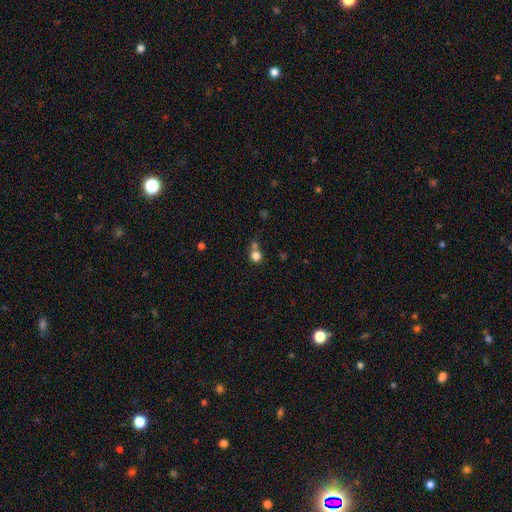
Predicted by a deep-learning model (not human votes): Smooth or featured? smooth (80%)
How rounded? round (84%)
Merging? none (51%)